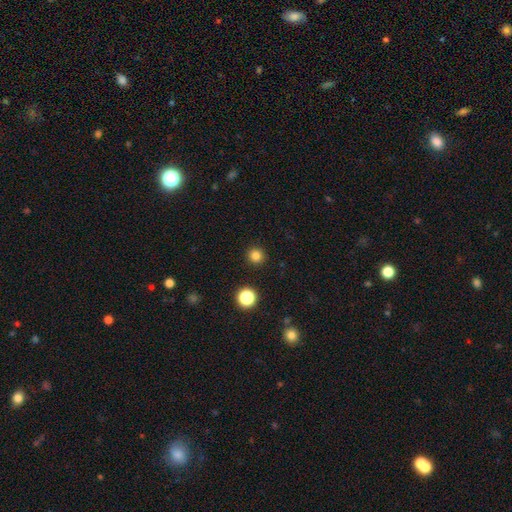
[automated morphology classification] smooth-or-featured: smooth: 82% | star or artifact: 14% | featured or disk: 4%
  how-rounded: round: 94% | in between: 5% | cigar-shaped: 1%
  merging: none: 92% | minor disturbance: 5% | major disturbance: 2% | merger: 1%